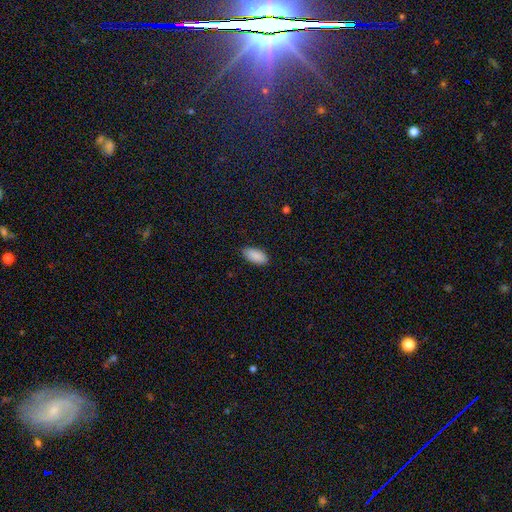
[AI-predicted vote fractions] smooth_or_featured: smooth (p=0.90) [alt: star or artifact p=0.07]
how_rounded: in between (p=0.92) [alt: cigar-shaped p=0.06]
merging: none (p=0.86) [alt: minor disturbance p=0.11]